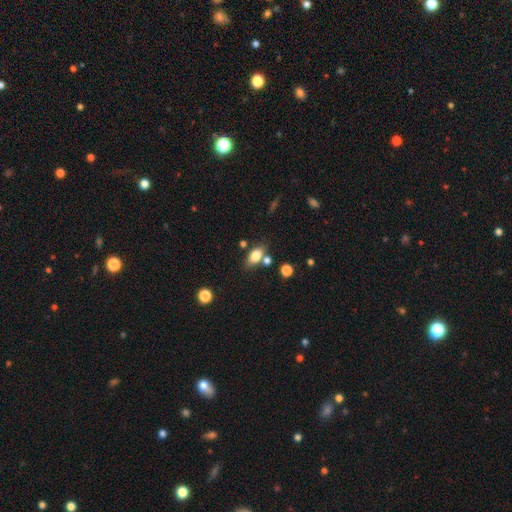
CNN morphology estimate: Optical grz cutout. It shows a smooth galaxy with no disk features (75%) that is in between round and cigar-shaped (83%). Merging: none (69%).